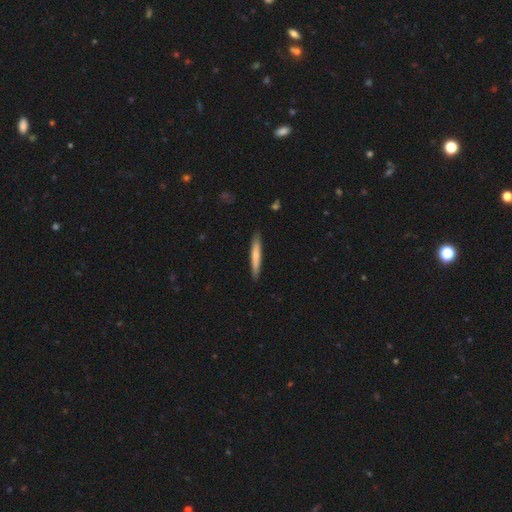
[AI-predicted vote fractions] Morphology: type=smooth (67%); roundness=cigar-shaped (94%); merging=none (89%).